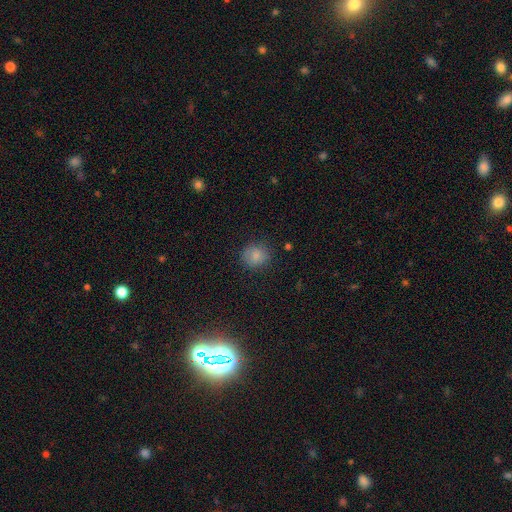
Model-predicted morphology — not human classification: Smooth or featured?
  - smooth: 83% *
  - star or artifact: 10%
  - featured or disk: 6%
How rounded?
  - round: 82% *
  - in between: 17%
  - cigar-shaped: 1%
Merging?
  - none: 82% *
  - minor disturbance: 13%
  - major disturbance: 4%
  - merger: 1%